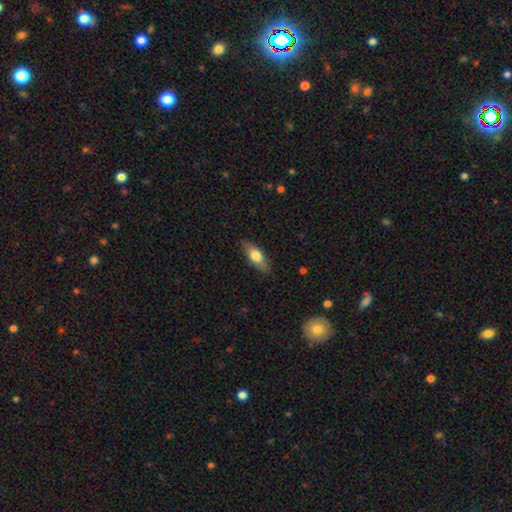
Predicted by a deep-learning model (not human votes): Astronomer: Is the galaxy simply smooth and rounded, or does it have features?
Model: smooth — 69%.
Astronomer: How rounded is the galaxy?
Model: in between — 71%.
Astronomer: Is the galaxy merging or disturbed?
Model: none — 85%.